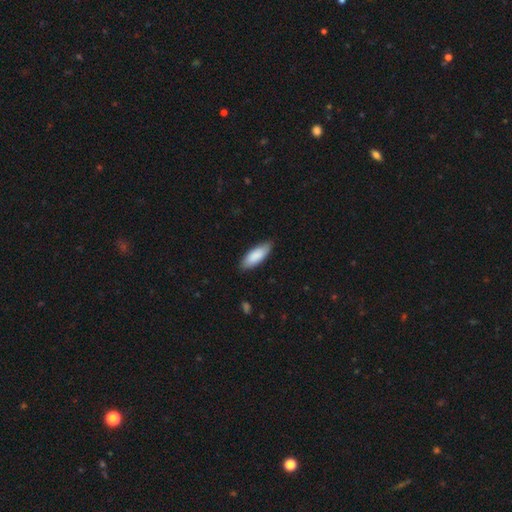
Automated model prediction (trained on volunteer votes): Overall: smooth (87%). How rounded: in between (70%). Merging: none (85%).